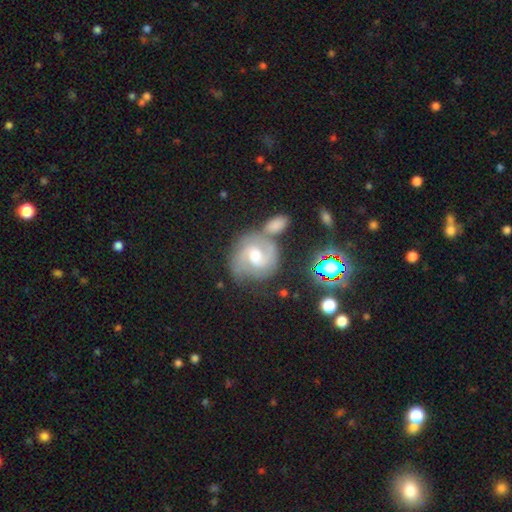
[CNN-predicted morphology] This appears to be a featured or disk galaxy (75%) with a weak bar (48%), 2 (72%) tight (45%) spiral arms (94%) and a moderate central bulge (68%). Merging: none (53%).